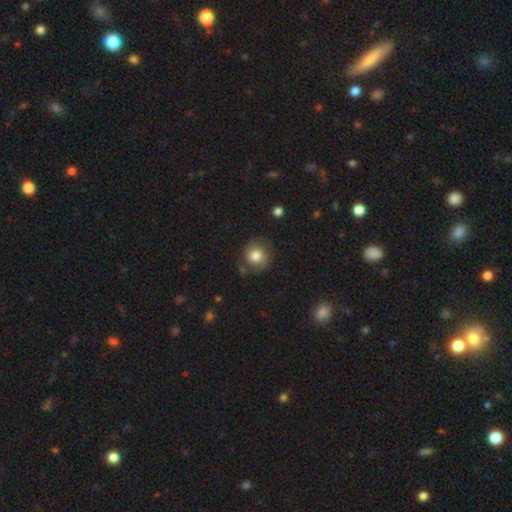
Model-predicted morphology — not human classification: Smooth or featured? Predicted: smooth (p=0.73). How rounded? Predicted: round (p=0.88). Merging? Predicted: none (p=0.71).